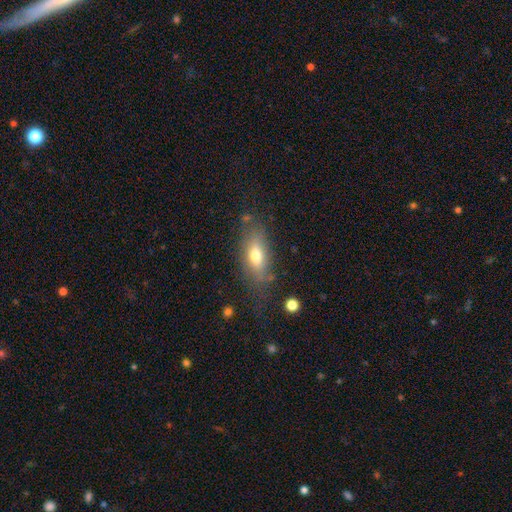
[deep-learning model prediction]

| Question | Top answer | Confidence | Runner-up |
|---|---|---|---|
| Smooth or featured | smooth | 68% | featured or disk (22%) |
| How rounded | in between | 77% | cigar-shaped (18%) |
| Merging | none | 67% | minor disturbance (20%) |